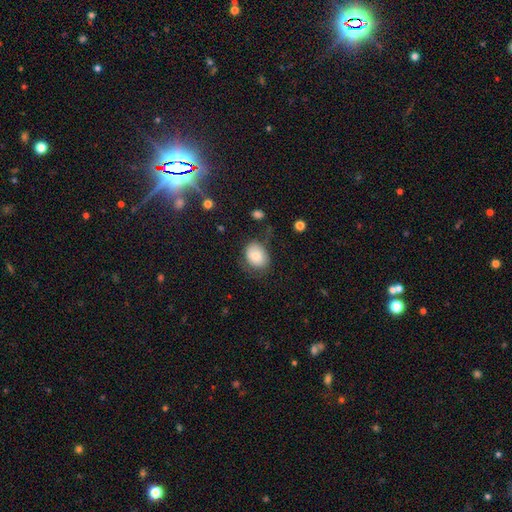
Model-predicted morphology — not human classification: The model was most divided on "how rounded": in between: 62%, round: 37%, cigar-shaped: 1%. More confident: smooth or featured — smooth (77%); merging — none (57%).